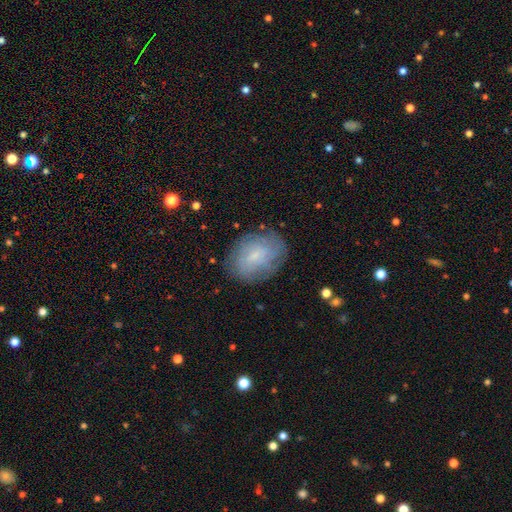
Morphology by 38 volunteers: Smooth or featured: featured or disk — 47% (smooth — 45%)
Edge-on disk: no — 89% (yes — 11%)
Bar: no — 50% (weak — 38%)
Spiral arms: yes — 56% (no — 44%)
Spiral winding: tight — 67% (loose — 22%)
Spiral arm count: can't tell — 56% (3 — 22%)
Bulge size: small — 69% (moderate — 12%)
Merging: none — 69% (minor disturbance — 26%)